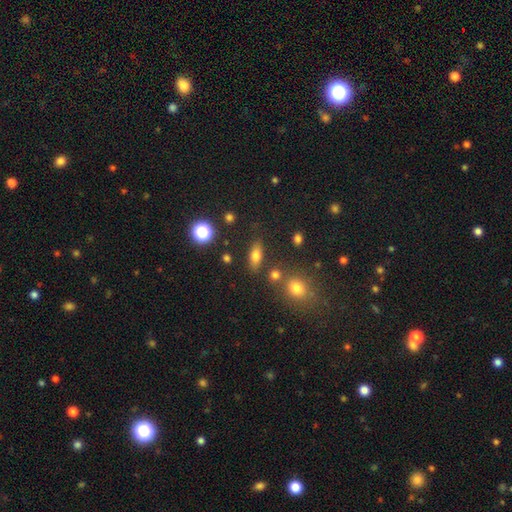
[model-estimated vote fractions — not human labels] smooth_or_featured: smooth (p=0.73) [alt: featured or disk p=0.14]
how_rounded: in between (p=0.72) [alt: cigar-shaped p=0.18]
merging: none (p=0.79) [alt: minor disturbance p=0.11]